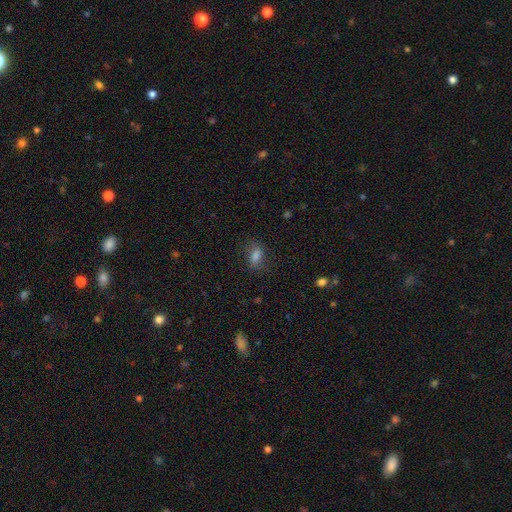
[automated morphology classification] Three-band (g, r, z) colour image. It shows a smooth galaxy with no disk features (77%) that is in between round and cigar-shaped (82%). Merging: none (76%).